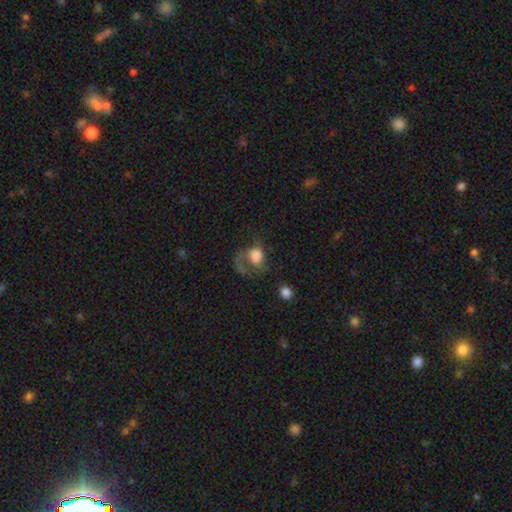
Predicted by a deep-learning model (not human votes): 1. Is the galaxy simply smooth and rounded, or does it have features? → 47% smooth, 44% featured or disk, 10% star or artifact.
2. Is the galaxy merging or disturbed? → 55% major disturbance, 26% none, 14% minor disturbance, 5% merger.